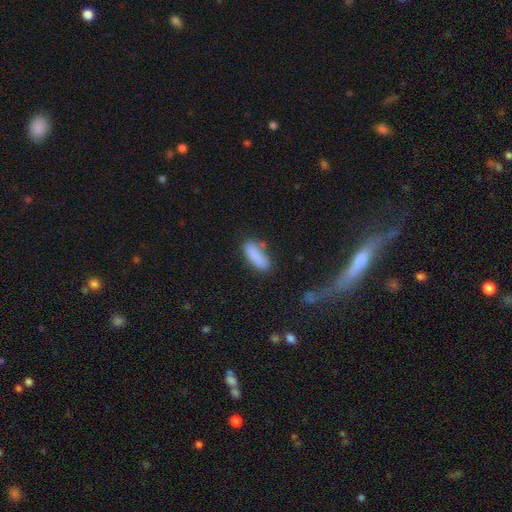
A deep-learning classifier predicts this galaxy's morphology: A smooth galaxy with no disk features (86%) that is in between round and cigar-shaped (57%).

Vote fractions:
- Smooth or featured? smooth: 86% / star or artifact: 7% / featured or disk: 7%
- How rounded? in between: 57% / cigar-shaped: 41% / round: 2%
- Merging? none: 70% / minor disturbance: 18% / merger: 6% / major disturbance: 5%